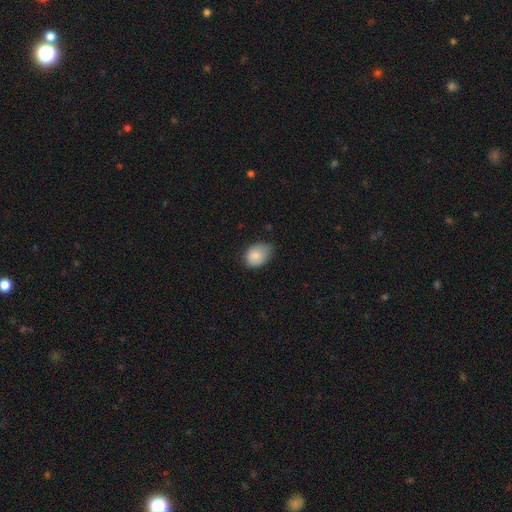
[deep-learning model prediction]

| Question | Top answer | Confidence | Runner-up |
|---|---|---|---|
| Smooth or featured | smooth | 84% | featured or disk (9%) |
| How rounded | in between | 68% | round (31%) |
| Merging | none | 51% | minor disturbance (40%) |